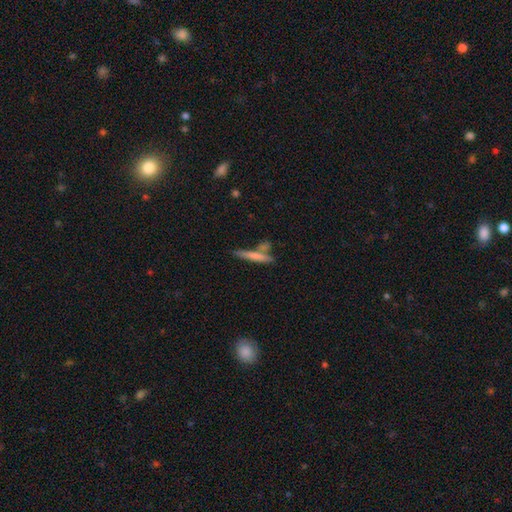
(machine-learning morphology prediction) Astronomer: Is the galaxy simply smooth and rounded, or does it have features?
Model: smooth — 65%.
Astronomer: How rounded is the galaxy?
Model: cigar-shaped — 91%.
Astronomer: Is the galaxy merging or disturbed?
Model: none — 63%.